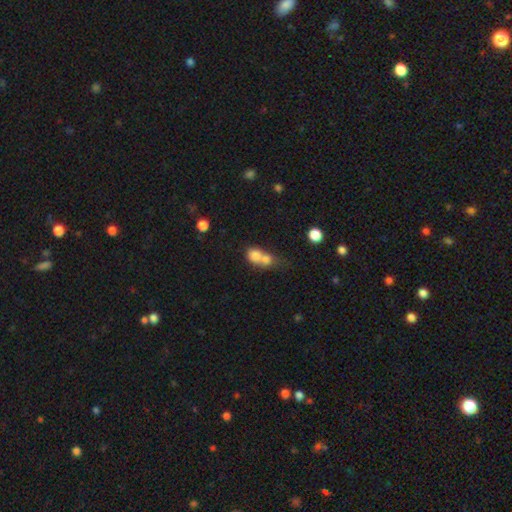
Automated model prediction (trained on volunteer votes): Overall: smooth (74%). How rounded: round (64%; in between 34%). Merging: merger (71%).